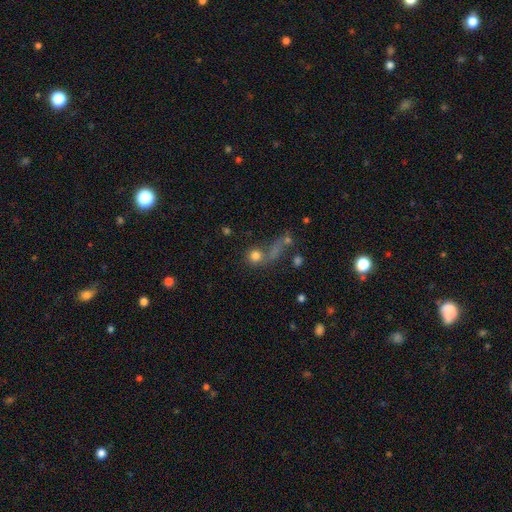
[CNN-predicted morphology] Smooth or featured? Predicted: smooth (p=0.72). How rounded? Predicted: round (p=0.86). Merging? Predicted: none (p=0.43).